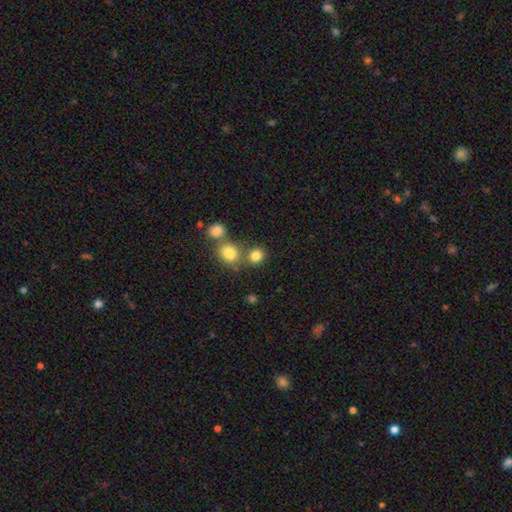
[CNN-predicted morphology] Smooth or featured? Predicted: smooth (p=0.81). How rounded? Predicted: round (p=0.81). Merging? Predicted: none (p=0.63).